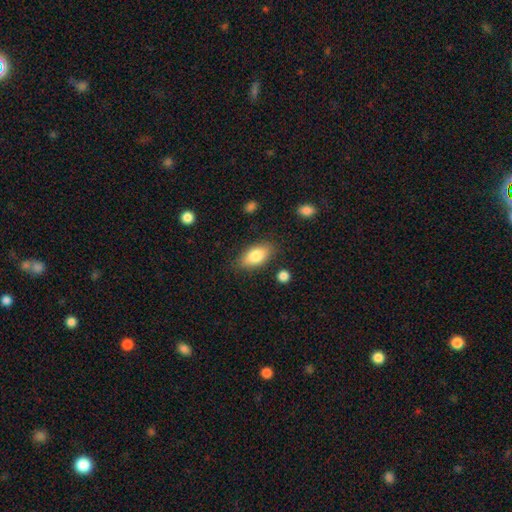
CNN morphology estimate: smooth 81%, featured or disk 12%, star or artifact 7%. Down the decision tree: how rounded — in between (89%); merging — none (83%).